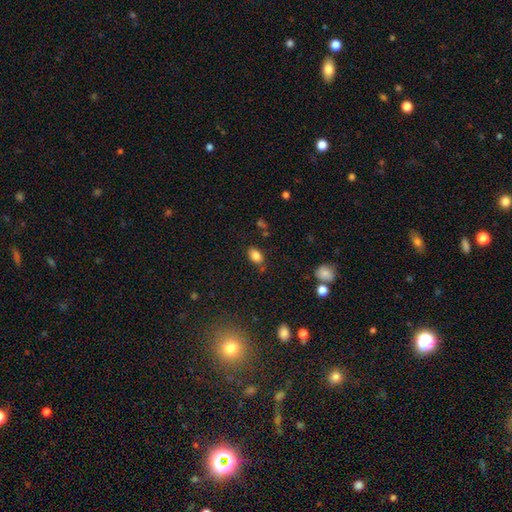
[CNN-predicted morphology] This appears to be a smooth galaxy with no disk features (83%) that is in between round and cigar-shaped (85%). Merging: none (78%).